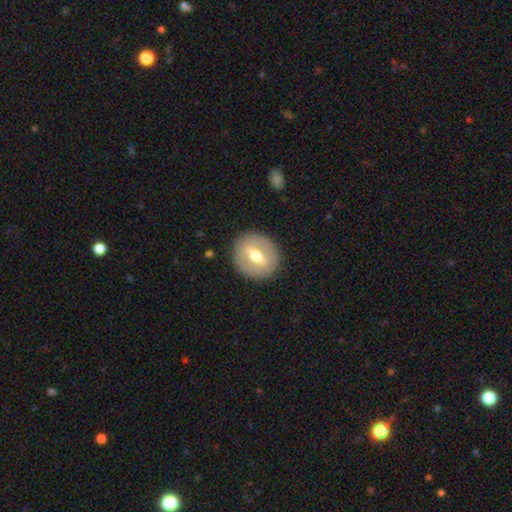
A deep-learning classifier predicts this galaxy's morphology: smooth_or_featured: featured or disk (p=0.55) [alt: smooth p=0.39]
disk_edge_on: no (p=0.83) [alt: yes p=0.17]
merging: none (p=0.88) [alt: minor disturbance p=0.08]